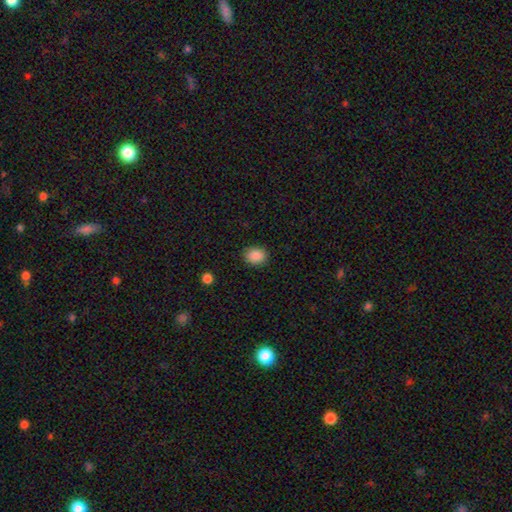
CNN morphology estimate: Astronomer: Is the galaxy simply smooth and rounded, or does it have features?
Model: smooth — 87%.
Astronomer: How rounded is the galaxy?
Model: in between — 53% (runner-up: round, 46%).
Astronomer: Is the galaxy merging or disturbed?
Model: none — 89%.